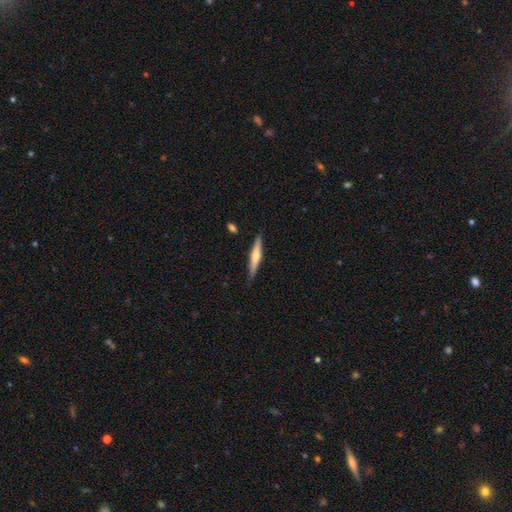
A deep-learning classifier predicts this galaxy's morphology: featured or disk 47% (tied), smooth 47% (tied), star or artifact 6%. Down the decision tree: merging — none (86%).